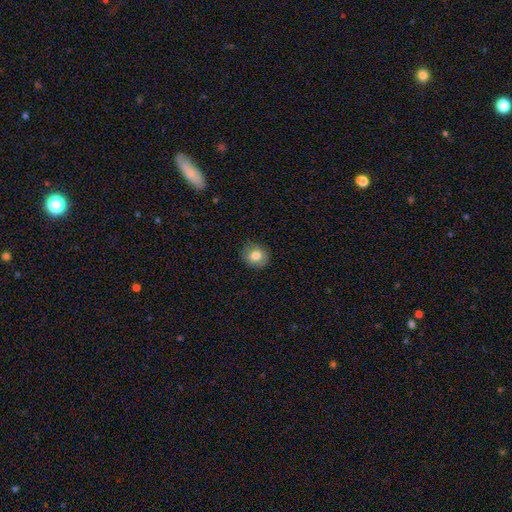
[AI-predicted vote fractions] smooth 80%, featured or disk 11%, star or artifact 9%. Down the decision tree: how rounded — round (76%); merging — none (86%).